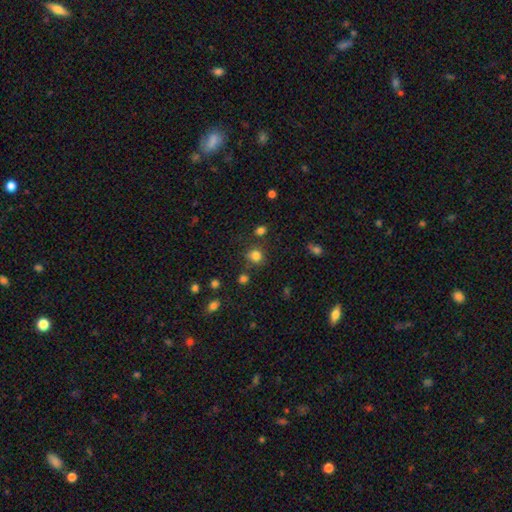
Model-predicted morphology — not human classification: Smooth or featured? smooth (80%)
How rounded? round (83%)
Merging? none (76%)